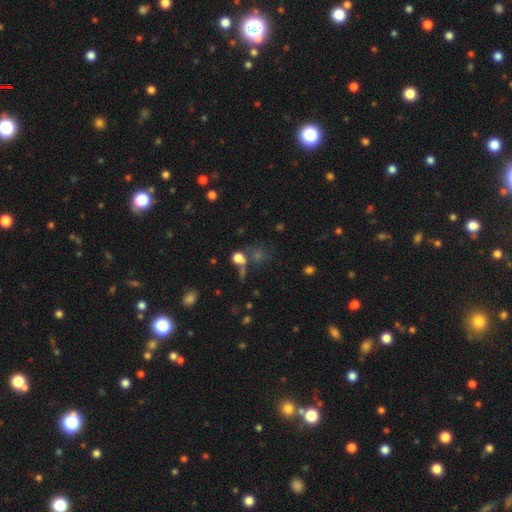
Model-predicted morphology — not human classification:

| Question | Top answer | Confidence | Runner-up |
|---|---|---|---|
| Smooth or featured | smooth | 44% | star or artifact (43%) |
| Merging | none | 58% | merger (22%) |